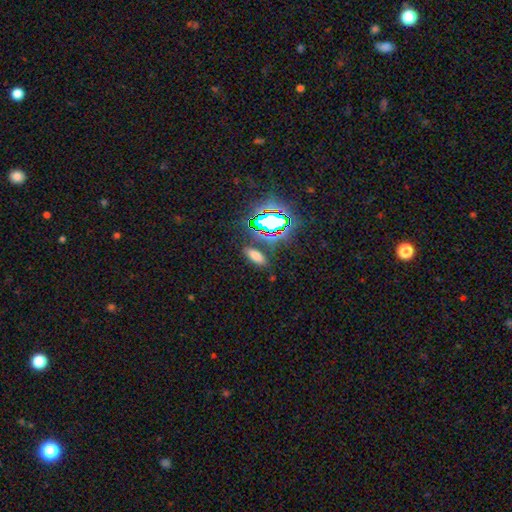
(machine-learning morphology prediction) smooth_or_featured: smooth (p=0.65) [alt: star or artifact p=0.26]
how_rounded: in between (p=0.74) [alt: cigar-shaped p=0.21]
merging: none (p=0.84) [alt: minor disturbance p=0.09]